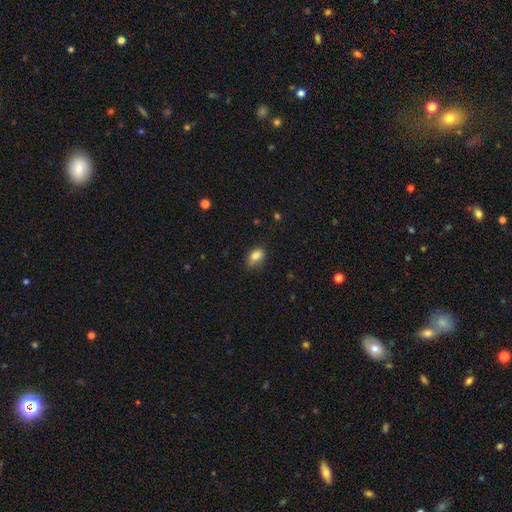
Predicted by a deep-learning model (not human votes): Overall: smooth (80%). How rounded: in between (79%). Merging: none (58%; minor disturbance 33%).